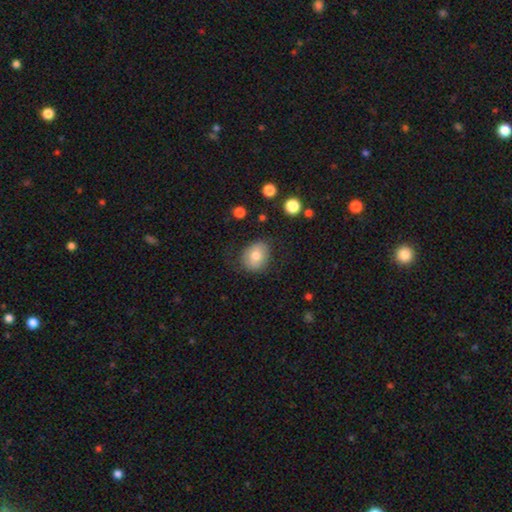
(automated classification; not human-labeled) smooth_or_featured: smooth (p=0.75) [alt: featured or disk p=0.17]
how_rounded: round (p=0.60) [alt: in between p=0.39]
merging: none (p=0.74) [alt: minor disturbance p=0.18]